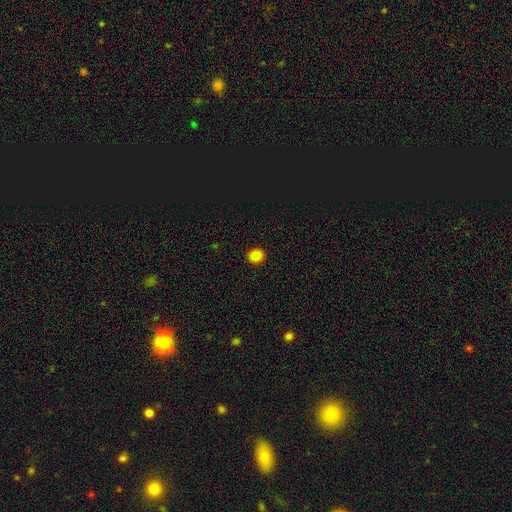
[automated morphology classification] Overall: smooth (85%). How rounded: round (86%). Merging: none (92%).